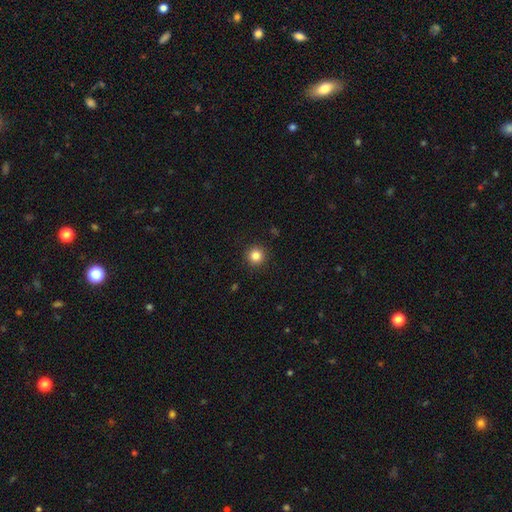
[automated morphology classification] This appears to be a smooth galaxy with no disk features (84%) that is round (95%). Merging: none (92%).